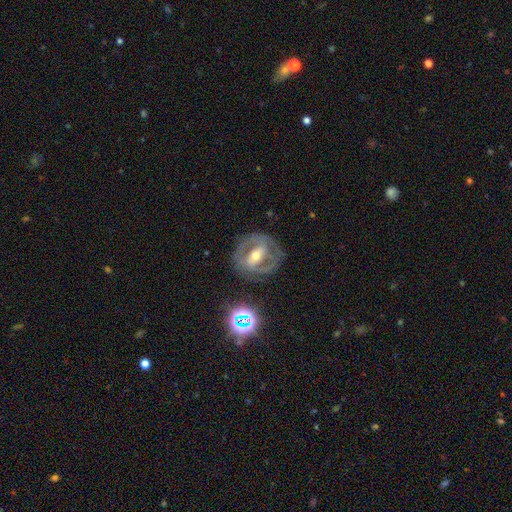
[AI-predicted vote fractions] The model was most divided on "spiral arms": yes: 57%, no: 43%. Remaining: edge-on disk — no (94%); merging — none (75%); smooth or featured — featured or disk (75%); bulge size — moderate (63%); bar — strong (49%).